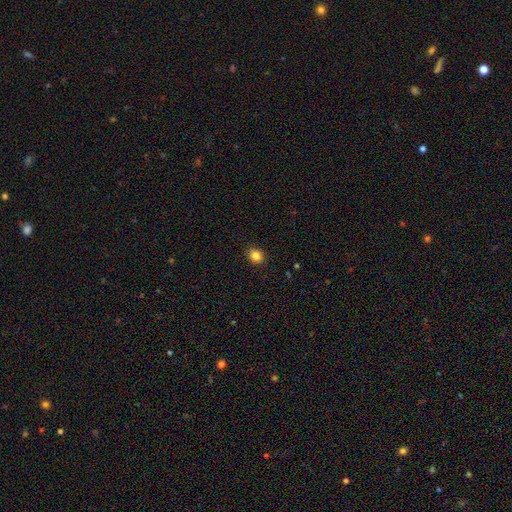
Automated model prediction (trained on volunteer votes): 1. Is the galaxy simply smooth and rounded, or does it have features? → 84% smooth, 11% star or artifact, 5% featured or disk.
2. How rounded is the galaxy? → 77% round, 22% in between, 1% cigar-shaped.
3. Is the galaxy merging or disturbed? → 91% none, 6% minor disturbance, 2% major disturbance, 1% merger.